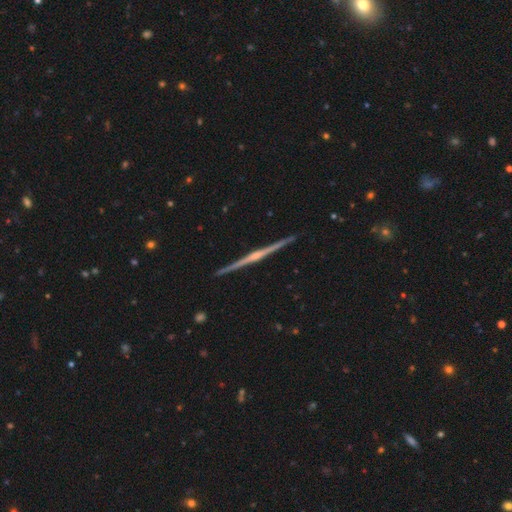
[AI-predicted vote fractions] smooth_or_featured: featured or disk (p=0.88) [alt: smooth p=0.07]
disk_edge_on: yes (p=0.99) [alt: no p=0.01]
edge_on_bulge: rounded (p=0.78) [alt: none p=0.14]
merging: none (p=0.93) [alt: minor disturbance p=0.05]